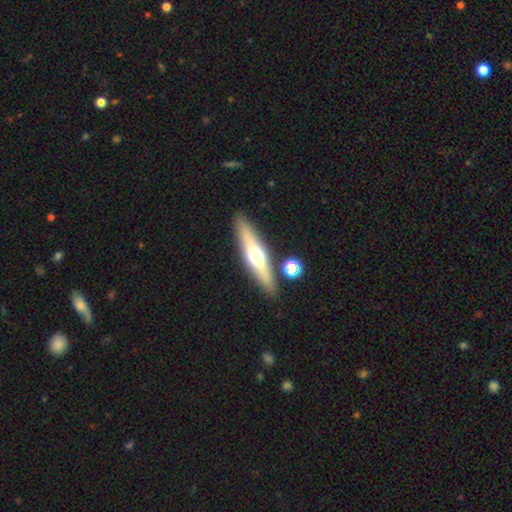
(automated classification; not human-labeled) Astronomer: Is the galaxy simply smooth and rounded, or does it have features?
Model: featured or disk — 55% (runner-up: smooth, 38%).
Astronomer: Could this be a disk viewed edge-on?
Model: yes — 90%.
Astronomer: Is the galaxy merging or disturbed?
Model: none — 87%.